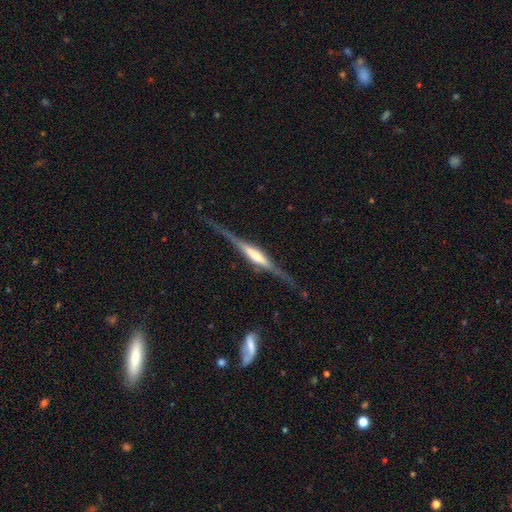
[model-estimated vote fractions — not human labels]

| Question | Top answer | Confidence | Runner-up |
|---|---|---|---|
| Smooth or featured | featured or disk | 81% | smooth (14%) |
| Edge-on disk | yes | 97% | no (3%) |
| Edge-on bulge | rounded | 48% | boxy (40%) |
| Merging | none | 79% | minor disturbance (15%) |